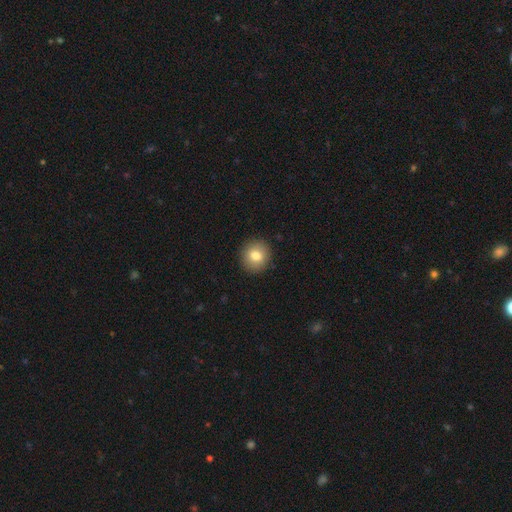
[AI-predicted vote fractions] Morphology: type=smooth (80%); roundness=round (89%); merging=none (92%).